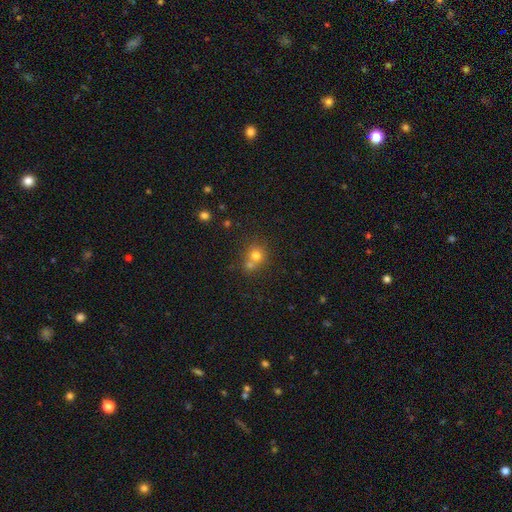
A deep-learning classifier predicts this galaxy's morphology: smooth_or_featured: smooth (p=0.72) [alt: star or artifact p=0.15]
how_rounded: round (p=0.84) [alt: in between p=0.15]
merging: merger (p=0.45) [tied with: none p=0.45]